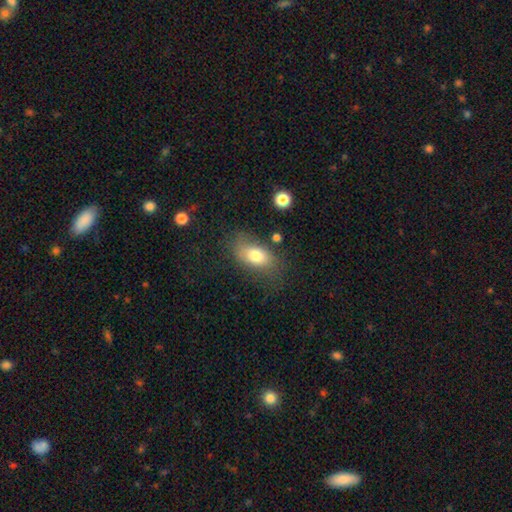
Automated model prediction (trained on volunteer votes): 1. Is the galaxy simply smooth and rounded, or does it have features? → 75% smooth, 16% featured or disk, 9% star or artifact.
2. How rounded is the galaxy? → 86% in between, 11% round, 3% cigar-shaped.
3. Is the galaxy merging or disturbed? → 64% none, 22% minor disturbance, 11% major disturbance, 3% merger.